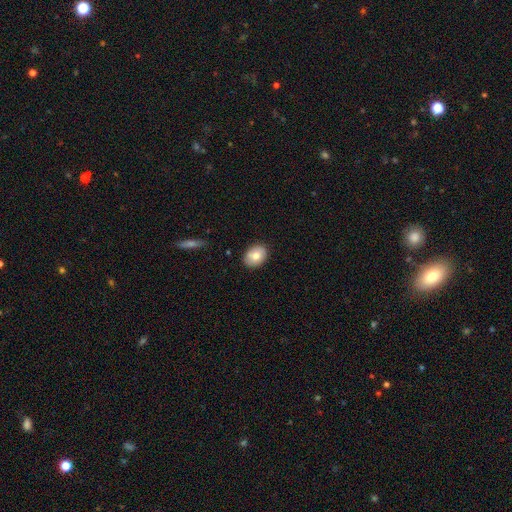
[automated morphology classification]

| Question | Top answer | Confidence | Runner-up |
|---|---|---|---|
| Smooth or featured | smooth | 75% | featured or disk (18%) |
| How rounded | in between | 58% | round (41%) |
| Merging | none | 86% | minor disturbance (10%) |